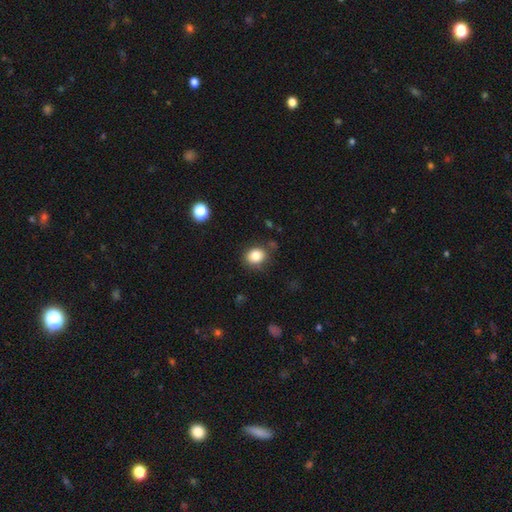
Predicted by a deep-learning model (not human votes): smooth 83%, star or artifact 10%, featured or disk 7%. Down the decision tree: how rounded — round (63%); merging — none (80%).